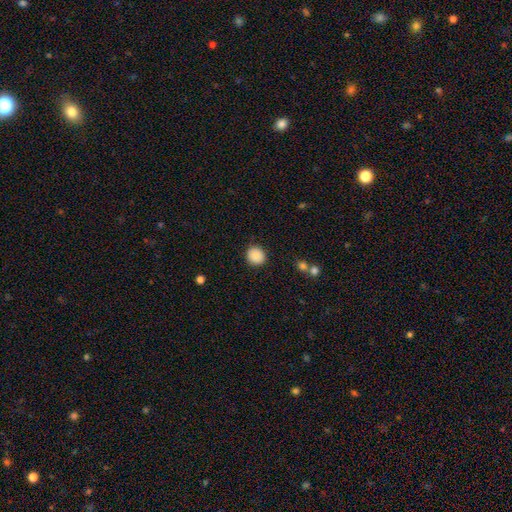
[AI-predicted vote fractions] A smooth galaxy with no disk features (87%) that is round (87%).

Vote fractions:
- Smooth or featured? smooth: 87% / star or artifact: 8% / featured or disk: 4%
- How rounded? round: 87% / in between: 12% / cigar-shaped: 1%
- Merging? none: 89% / minor disturbance: 8% / major disturbance: 2% / merger: 2%